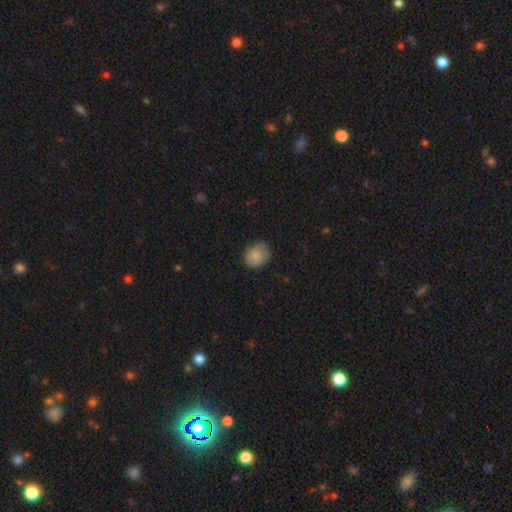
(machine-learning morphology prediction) A smooth galaxy with no disk features (83%) that is round (57%).

Vote fractions:
- Smooth or featured? smooth: 83% / featured or disk: 9% / star or artifact: 8%
- How rounded? round: 57% / in between: 42% / cigar-shaped: 1%
- Merging? none: 71% / minor disturbance: 23% / major disturbance: 5% / merger: 1%